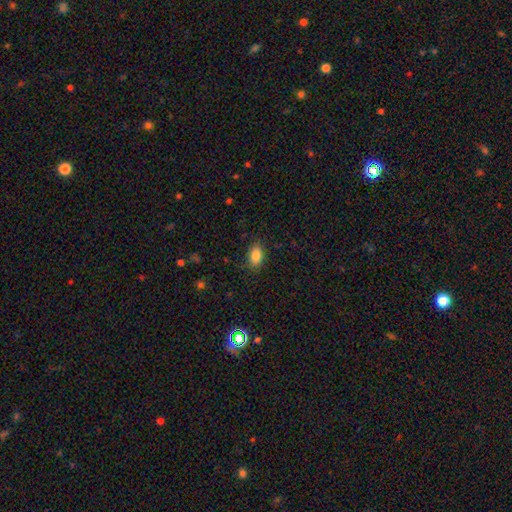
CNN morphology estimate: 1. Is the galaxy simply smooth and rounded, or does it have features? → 84% smooth, 9% star or artifact, 7% featured or disk.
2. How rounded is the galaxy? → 88% in between, 10% round, 2% cigar-shaped.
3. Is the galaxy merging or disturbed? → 84% none, 12% minor disturbance, 3% major disturbance, 1% merger.